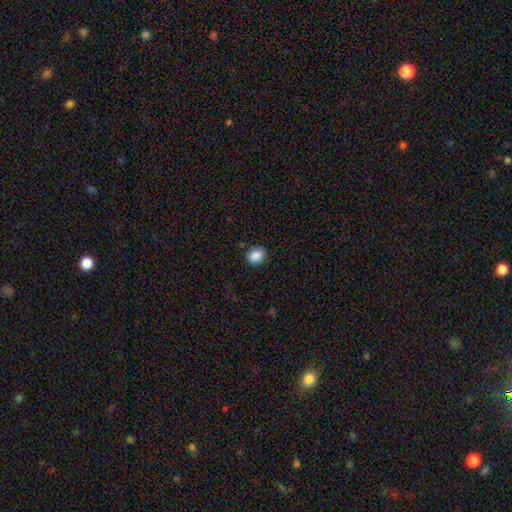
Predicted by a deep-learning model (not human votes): Smooth or featured? Predicted: smooth (p=0.89). How rounded? Predicted: round (p=0.50). Merging? Predicted: none (p=0.88).